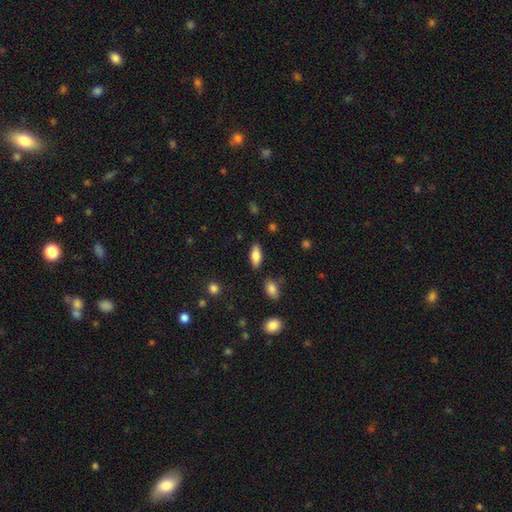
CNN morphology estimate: Smooth or featured? Predicted: smooth (p=0.77). How rounded? Predicted: in between (p=0.78). Merging? Predicted: none (p=0.84).